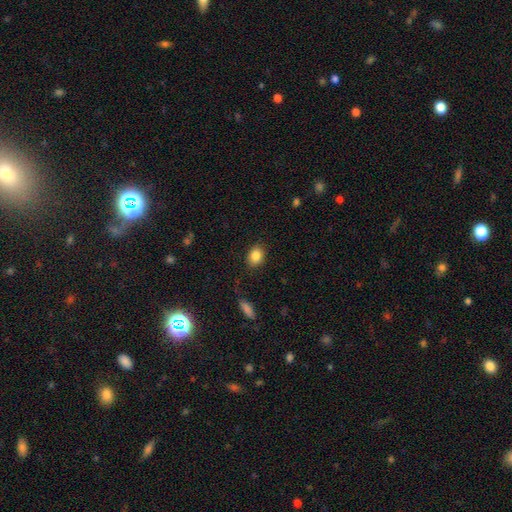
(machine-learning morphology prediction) This appears to be a smooth galaxy with no disk features (85%) that is in between round and cigar-shaped (65%). Merging: none (86%).